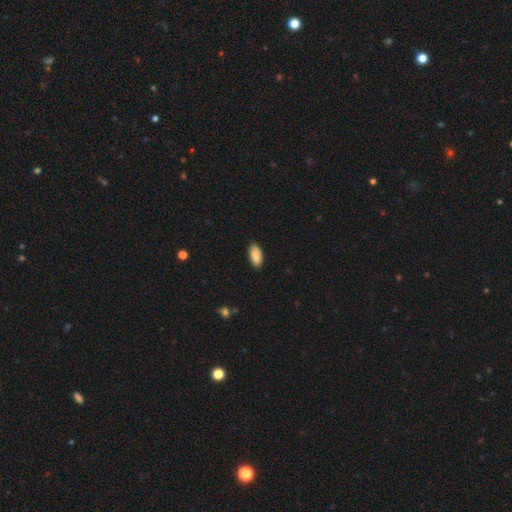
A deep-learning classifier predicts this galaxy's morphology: A smooth galaxy with no disk features (89%) that is in between round and cigar-shaped (92%). Merging: none (88%).